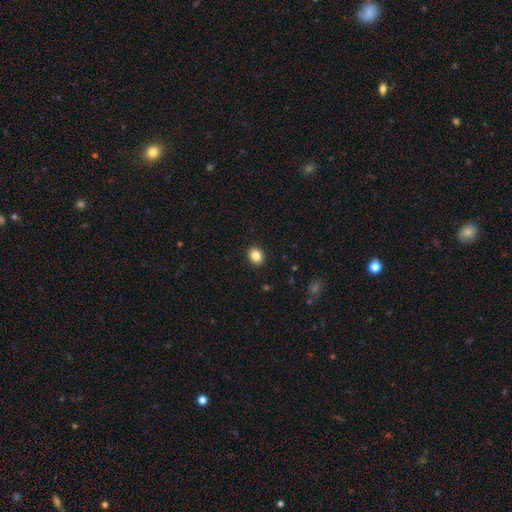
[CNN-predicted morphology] Smooth or featured? smooth (85%)
How rounded? round (58%)
Merging? none (91%)